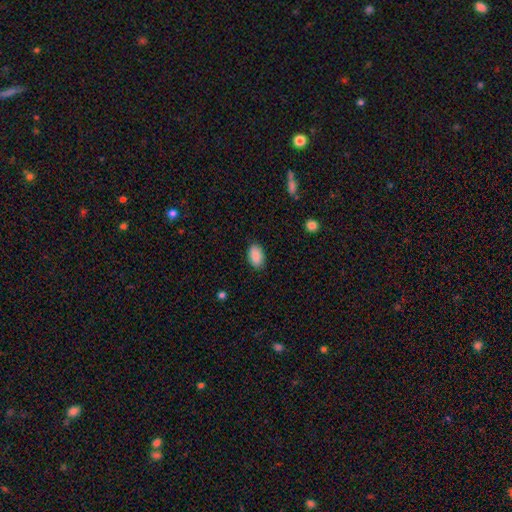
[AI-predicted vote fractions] Q: Smooth or featured?
A: smooth (90%); runner-up: star or artifact (7%)
Q: How rounded?
A: in between (92%); runner-up: round (6%)
Q: Merging?
A: none (87%); runner-up: minor disturbance (10%)